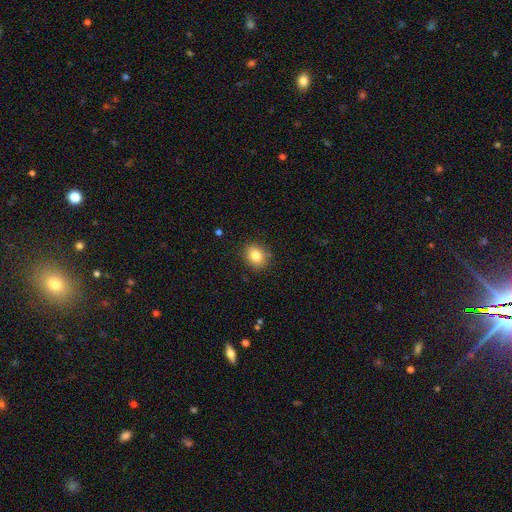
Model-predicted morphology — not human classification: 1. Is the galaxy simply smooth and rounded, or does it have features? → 82% smooth, 10% star or artifact, 8% featured or disk.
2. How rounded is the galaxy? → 61% round, 38% in between, 1% cigar-shaped.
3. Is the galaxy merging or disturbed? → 86% none, 10% minor disturbance, 2% major disturbance, 1% merger.